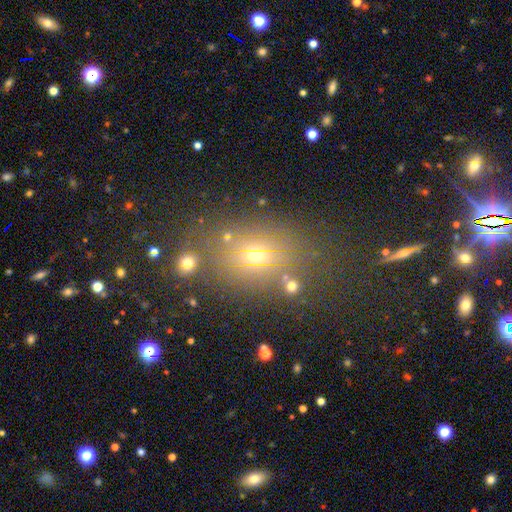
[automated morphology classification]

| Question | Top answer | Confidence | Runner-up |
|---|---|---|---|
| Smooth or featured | smooth | 49% | featured or disk (26%) |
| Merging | none | 71% | minor disturbance (14%) |